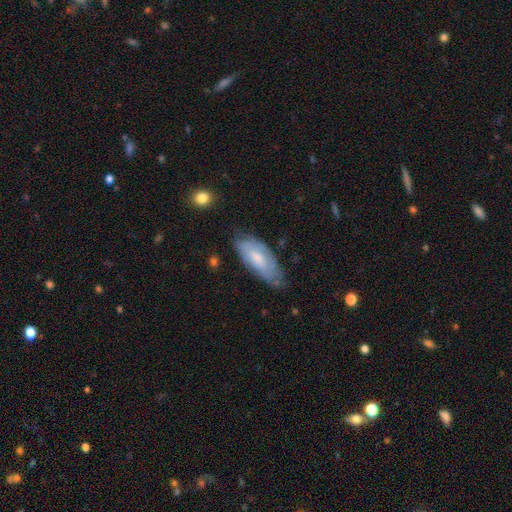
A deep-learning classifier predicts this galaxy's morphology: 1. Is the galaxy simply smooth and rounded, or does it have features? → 55% smooth, 39% featured or disk, 6% star or artifact.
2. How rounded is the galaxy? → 77% in between, 21% cigar-shaped, 2% round.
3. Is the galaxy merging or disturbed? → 56% none, 34% minor disturbance, 8% major disturbance, 2% merger.